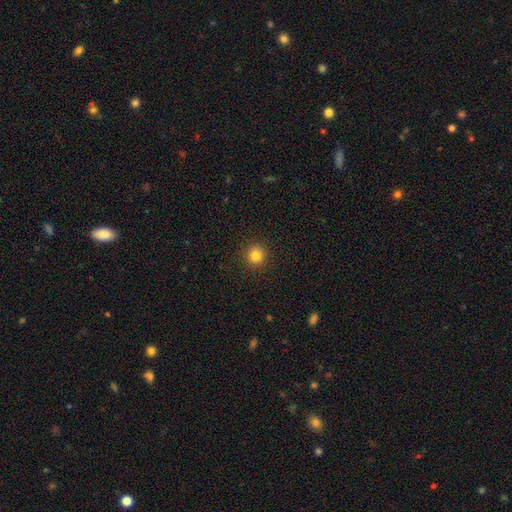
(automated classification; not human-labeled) Smooth or featured: smooth — 82% (star or artifact — 12%)
How rounded: round — 94% (in between — 5%)
Merging: none — 92% (minor disturbance — 5%)